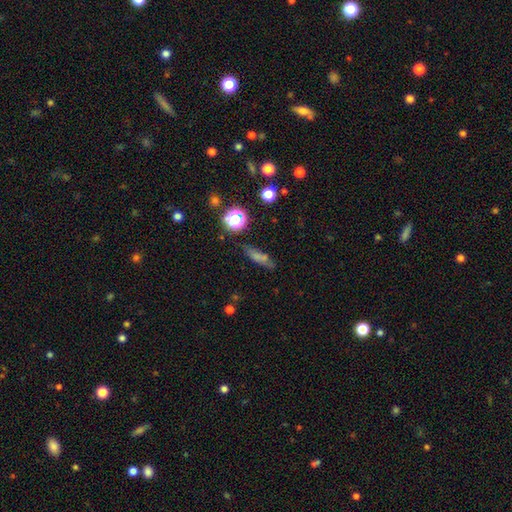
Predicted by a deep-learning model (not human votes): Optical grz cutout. It shows a smooth galaxy with no disk features (57%) that is cigar-shaped (61%). Merging: none (76%).